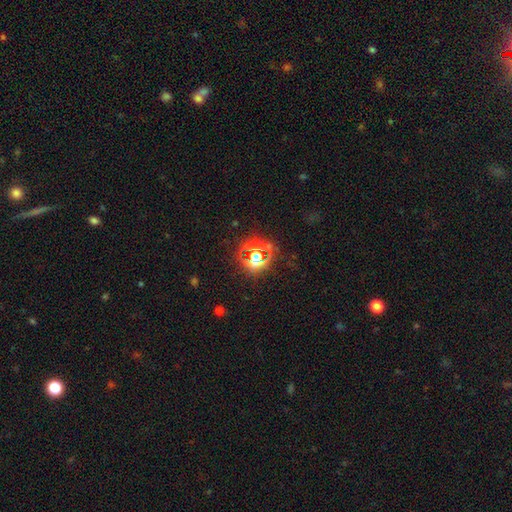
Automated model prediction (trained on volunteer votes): The model was most divided on "smooth or featured": star or artifact: 63%, smooth: 28%, featured or disk: 10%.